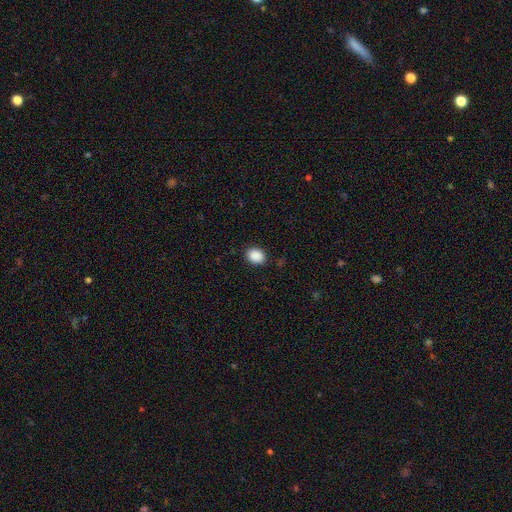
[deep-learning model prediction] The model was most divided on "how rounded": in between: 60%, round: 39%, cigar-shaped: 1%. More confident: smooth or featured — smooth (90%); merging — none (88%).